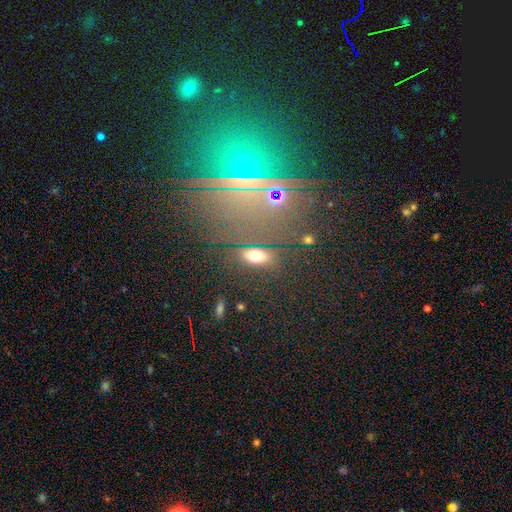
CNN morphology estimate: This is likely a smooth galaxy (70%). How rounded: likely in between (80%). Merging: likely none (77%).